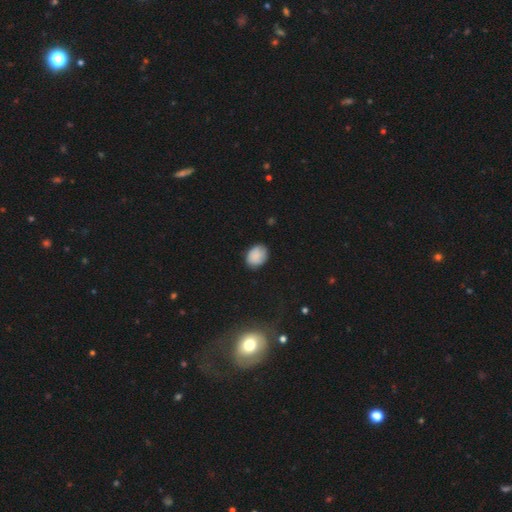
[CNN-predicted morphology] Q: Smooth or featured?
A: smooth (81%); runner-up: featured or disk (11%)
Q: How rounded?
A: in between (58%); runner-up: round (41%)
Q: Merging?
A: none (75%); runner-up: minor disturbance (20%)